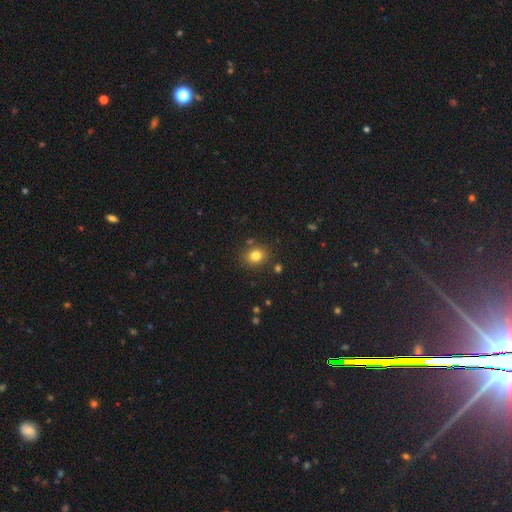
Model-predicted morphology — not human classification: Smooth or featured?
  - smooth: 81% *
  - star or artifact: 12%
  - featured or disk: 7%
How rounded?
  - round: 59% *
  - in between: 40%
  - cigar-shaped: 1%
Merging?
  - none: 82% *
  - minor disturbance: 11%
  - merger: 5%
  - major disturbance: 3%